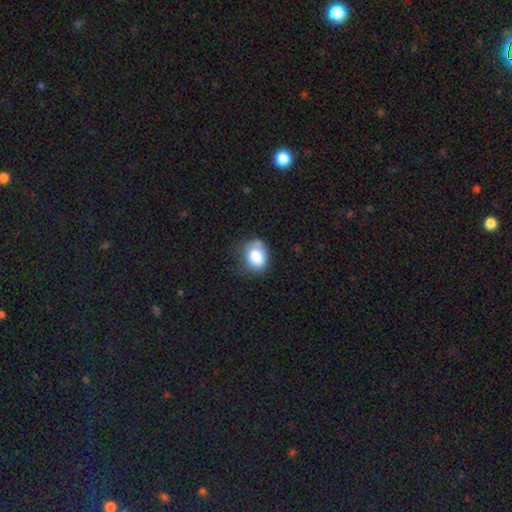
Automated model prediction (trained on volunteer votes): Morphology: type=smooth (81%); roundness=in between (52%); merging=none (53%).